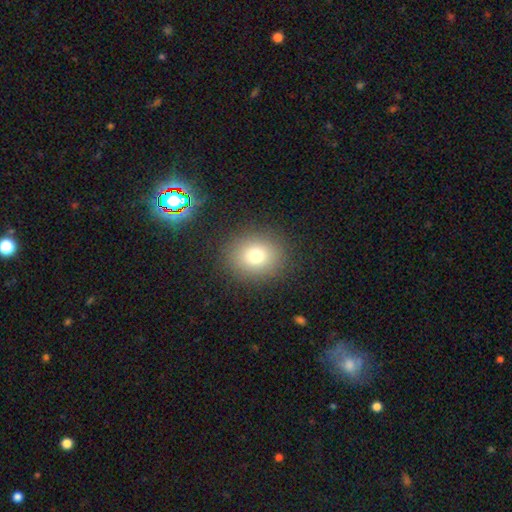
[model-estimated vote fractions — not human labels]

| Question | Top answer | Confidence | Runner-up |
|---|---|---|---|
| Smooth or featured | smooth | 76% | star or artifact (14%) |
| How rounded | round | 70% | in between (29%) |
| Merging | none | 87% | minor disturbance (8%) |